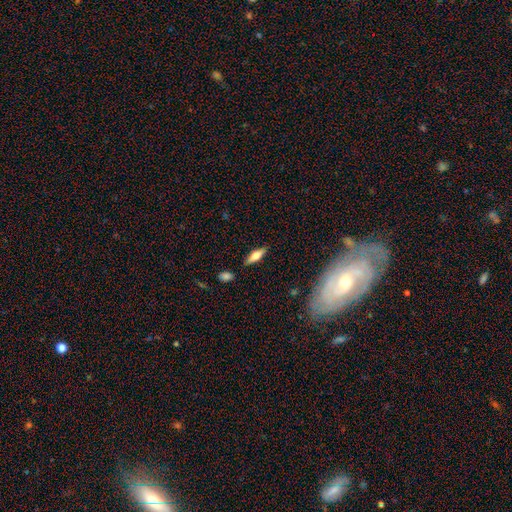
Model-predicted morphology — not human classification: This appears to be a smooth galaxy with no disk features (56%) that is in between round and cigar-shaped (52%). Merging: none (86%).